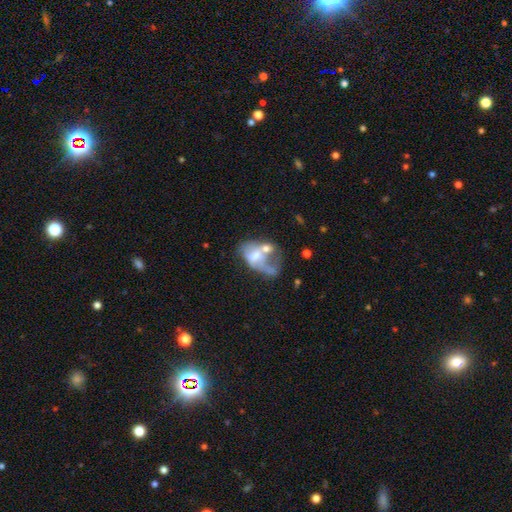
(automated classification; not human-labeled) smooth-or-featured: featured or disk: 52% | smooth: 39% | star or artifact: 9%
  disk-edge-on: no: 95% | yes: 5%
  merging: merger: 46% | major disturbance: 29% | none: 13% | minor disturbance: 11%